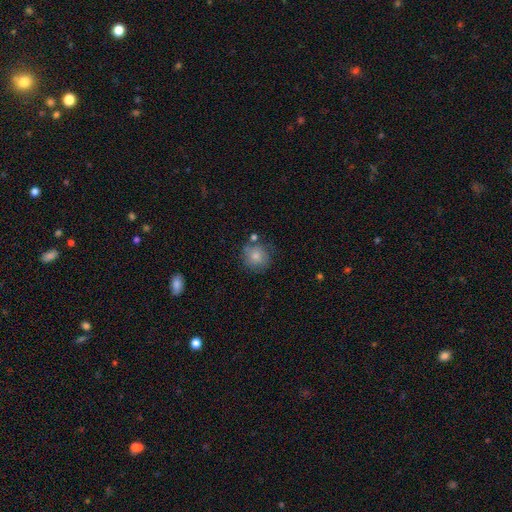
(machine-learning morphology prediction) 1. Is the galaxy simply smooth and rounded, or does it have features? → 78% smooth, 14% featured or disk, 9% star or artifact.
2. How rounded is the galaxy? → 87% round, 12% in between, 1% cigar-shaped.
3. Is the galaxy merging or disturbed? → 67% none, 19% minor disturbance, 9% merger, 6% major disturbance.